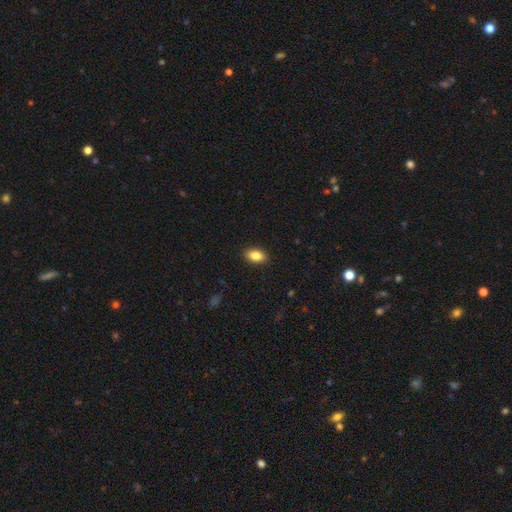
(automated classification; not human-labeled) A smooth galaxy with no disk features (86%) that is in between round and cigar-shaped (91%).

Vote fractions:
- Smooth or featured? smooth: 86% / star or artifact: 8% / featured or disk: 6%
- How rounded? in between: 91% / round: 7% / cigar-shaped: 3%
- Merging? none: 90% / minor disturbance: 8% / major disturbance: 2% / merger: 1%